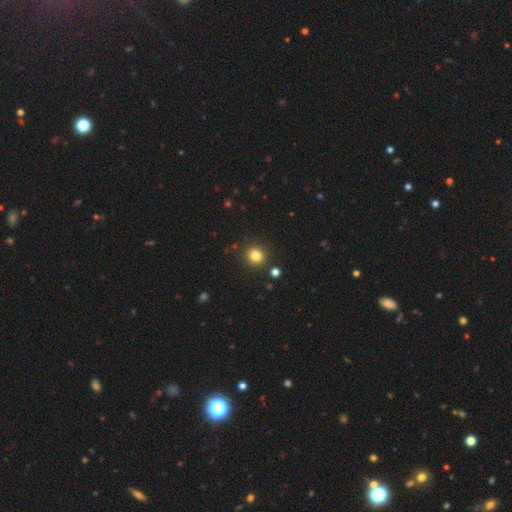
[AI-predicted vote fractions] Q: Smooth or featured?
A: smooth (82%); runner-up: star or artifact (13%)
Q: How rounded?
A: round (92%); runner-up: in between (7%)
Q: Merging?
A: none (89%); runner-up: minor disturbance (6%)